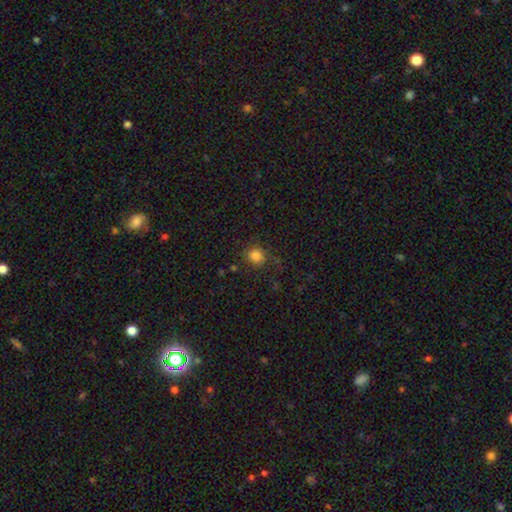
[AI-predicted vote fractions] A smooth galaxy with no disk features (83%) that is round (90%). Merging: none (79%).